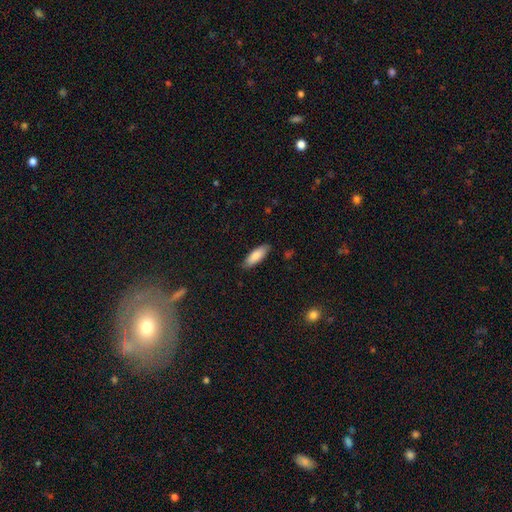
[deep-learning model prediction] The model was most divided on "how rounded": in between: 63%, cigar-shaped: 35%, round: 2%. More confident: merging — none (87%); smooth or featured — smooth (85%).